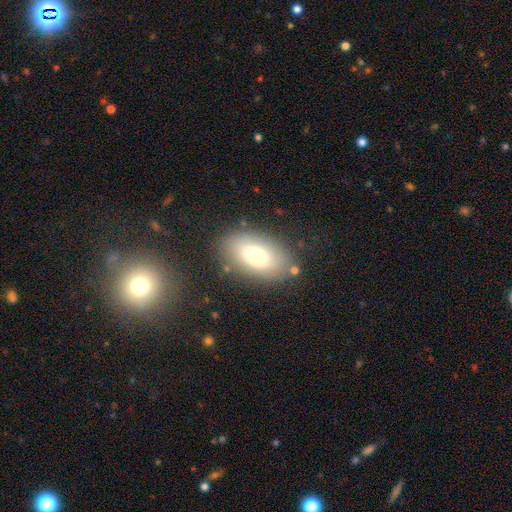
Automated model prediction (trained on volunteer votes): smooth_or_featured: smooth (p=0.69) [alt: featured or disk p=0.21]
how_rounded: in between (p=0.90) [alt: round p=0.08]
merging: none (p=0.75) [alt: minor disturbance p=0.15]